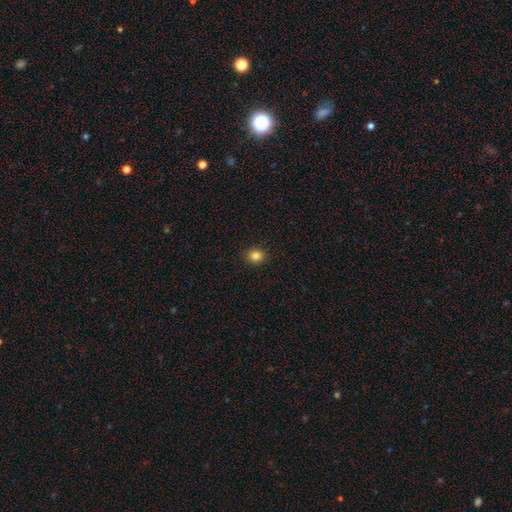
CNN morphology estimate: Overall: smooth (84%). How rounded: round (75%). Merging: none (89%).